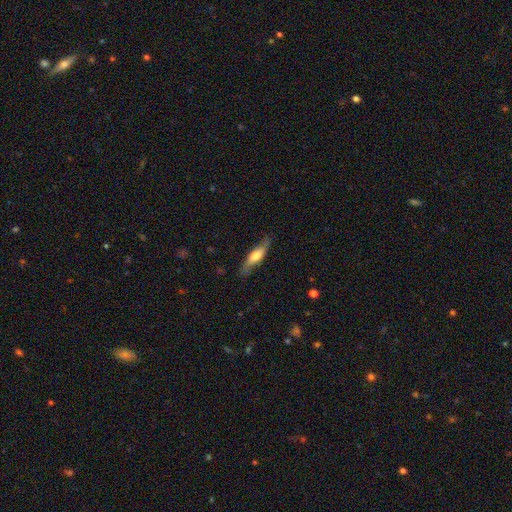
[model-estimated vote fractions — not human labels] smooth-or-featured: smooth: 52% | featured or disk: 43% | star or artifact: 6%
  how-rounded: cigar-shaped: 68% | in between: 30% | round: 2%
  merging: none: 79% | minor disturbance: 16% | major disturbance: 4% | merger: 1%